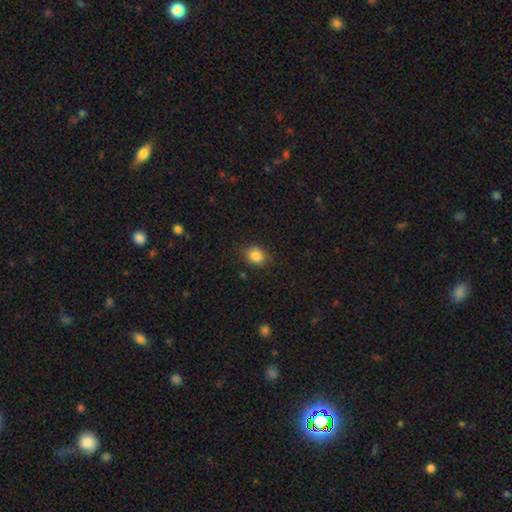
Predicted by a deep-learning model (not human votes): The model was most divided on "how rounded": round: 65%, in between: 34%, cigar-shaped: 1%. More confident: smooth or featured — smooth (85%); merging — none (83%).